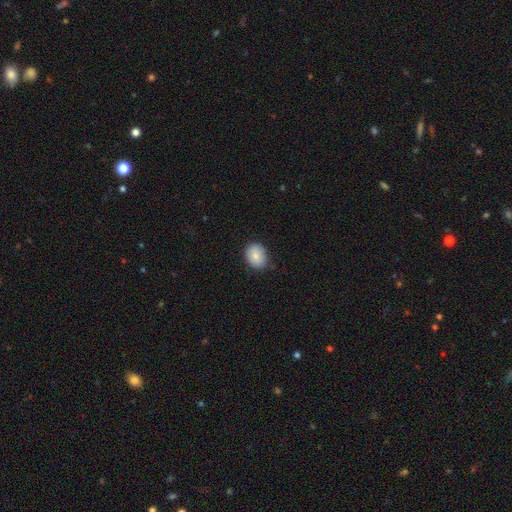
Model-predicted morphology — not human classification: Smooth or featured?
  - smooth: 82% *
  - featured or disk: 10%
  - star or artifact: 8%
How rounded?
  - in between: 50% * (tied)
  - round: 50% * (tied)
  - cigar-shaped: 1%
Merging?
  - none: 79% *
  - minor disturbance: 17%
  - major disturbance: 3%
  - merger: 1%